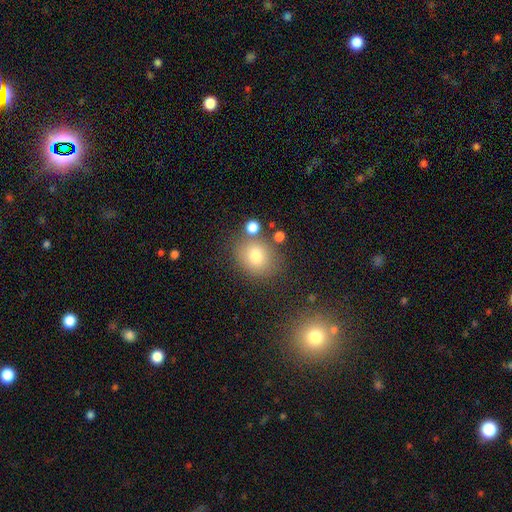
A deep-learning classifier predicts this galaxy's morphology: type=smooth (75%); roundness=round (66%); merging=none (74%).